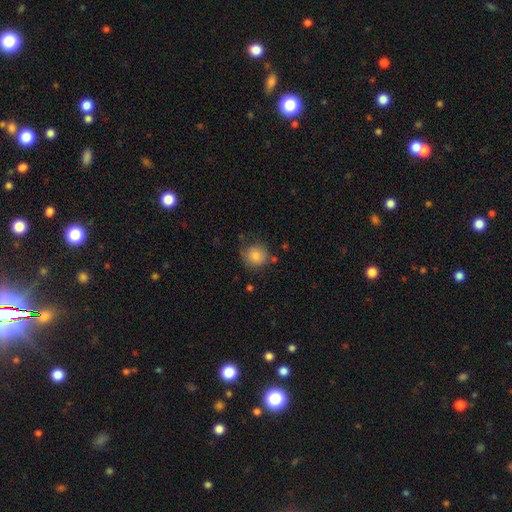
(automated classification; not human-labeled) smooth 84%, star or artifact 9%, featured or disk 7%. Down the decision tree: how rounded — round (86%); merging — none (68%).